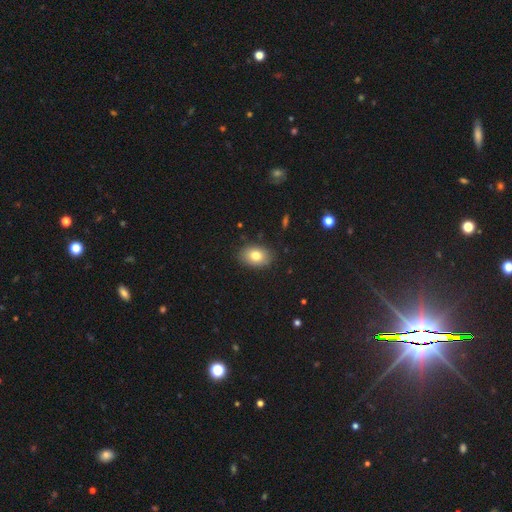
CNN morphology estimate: type=smooth (78%); roundness=in between (78%); merging=none (86%).